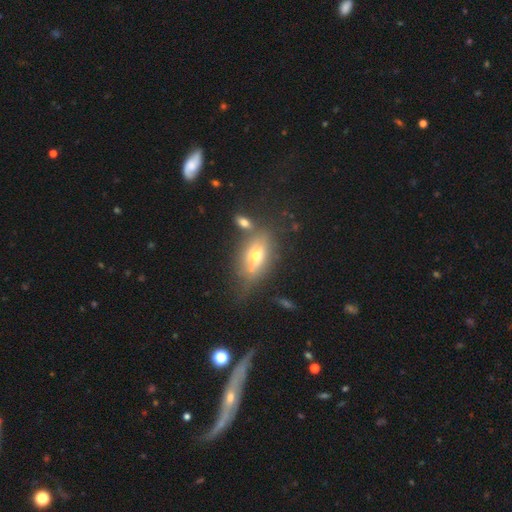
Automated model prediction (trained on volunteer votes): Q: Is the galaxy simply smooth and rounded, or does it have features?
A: smooth — 56%.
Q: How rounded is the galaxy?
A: in between — 80%.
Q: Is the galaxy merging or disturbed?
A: none — 54%.